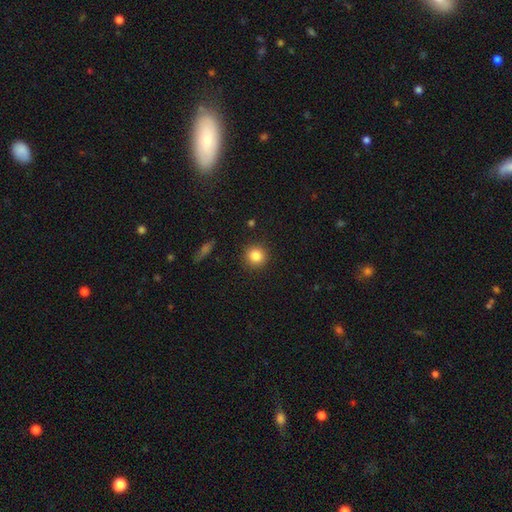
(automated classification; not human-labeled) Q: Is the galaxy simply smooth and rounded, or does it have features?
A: smooth — 84%.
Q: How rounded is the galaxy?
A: round — 93%.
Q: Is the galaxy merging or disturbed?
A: none — 91%.